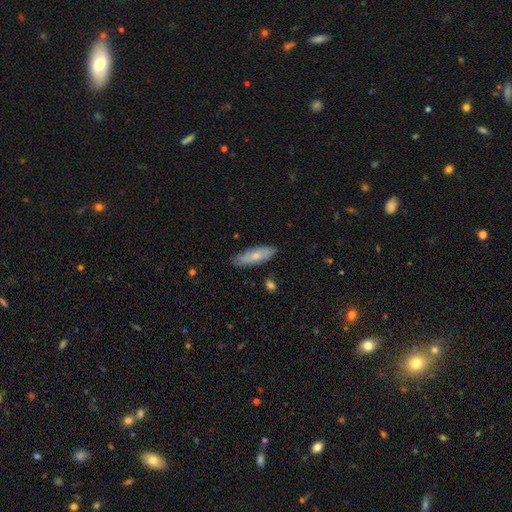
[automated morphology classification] type=smooth (68%); roundness=in between (51%); merging=none (81%).